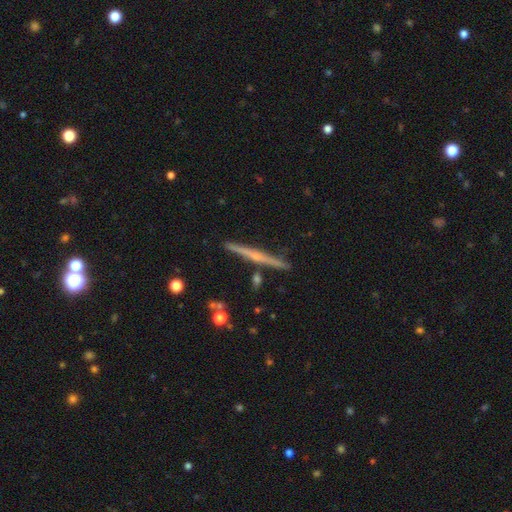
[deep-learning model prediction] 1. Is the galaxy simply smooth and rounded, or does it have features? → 72% featured or disk, 22% smooth, 6% star or artifact.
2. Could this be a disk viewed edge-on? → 98% yes, 2% no.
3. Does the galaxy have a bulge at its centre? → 56% rounded, 38% none, 7% boxy.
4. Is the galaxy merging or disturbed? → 89% none, 7% minor disturbance, 2% merger, 1% major disturbance.